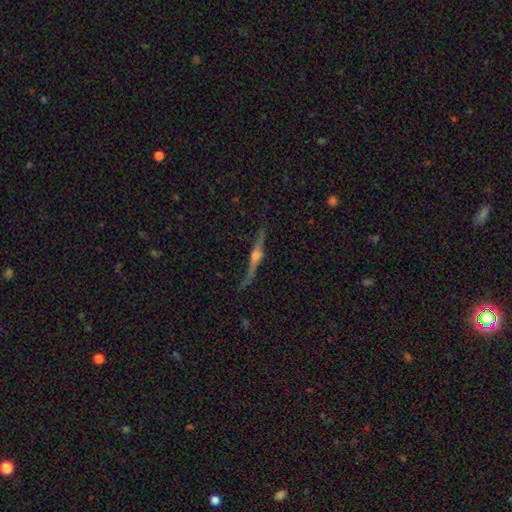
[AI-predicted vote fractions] A featured or disk galaxy (84%) viewed edge-on (97%) with a rounded central bulge (93%). Merging: none (82%).